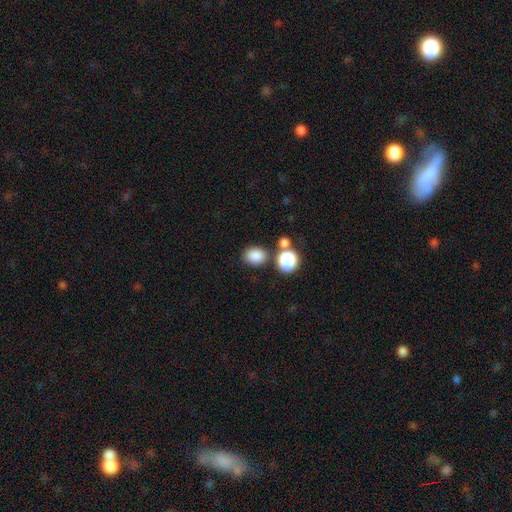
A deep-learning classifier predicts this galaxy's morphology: Smooth or featured: smooth — 82% (star or artifact — 14%)
How rounded: round — 51% (in between — 48%)
Merging: none — 74% (merger — 12%)